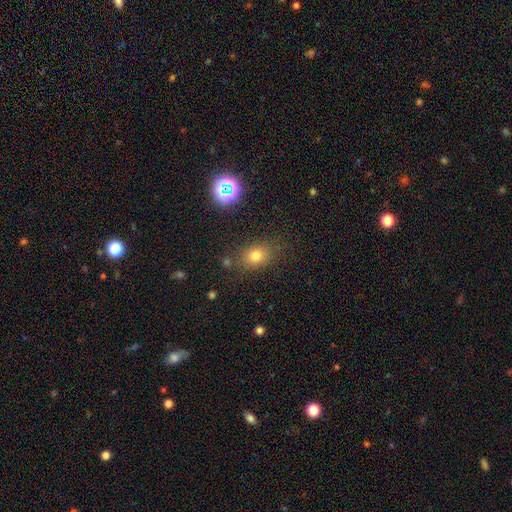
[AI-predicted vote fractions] Overall: smooth (75%). How rounded: in between (56%; round 43%). Merging: none (78%).